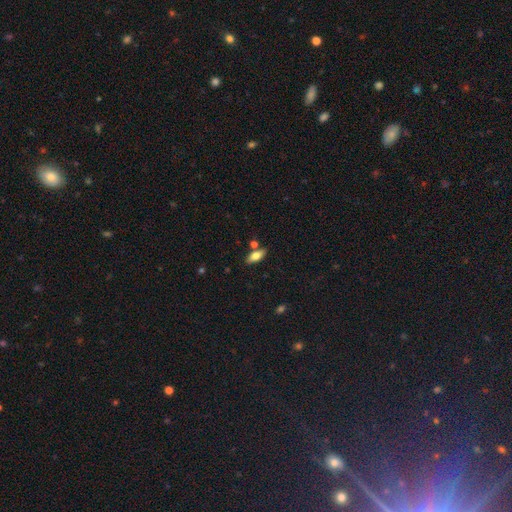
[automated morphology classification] A smooth galaxy with no disk features (68%) that is in between round and cigar-shaped (79%).

Vote fractions:
- Smooth or featured? smooth: 68% / featured or disk: 25% / star or artifact: 7%
- How rounded? in between: 79% / cigar-shaped: 18% / round: 3%
- Merging? none: 77% / minor disturbance: 11% / merger: 9% / major disturbance: 3%